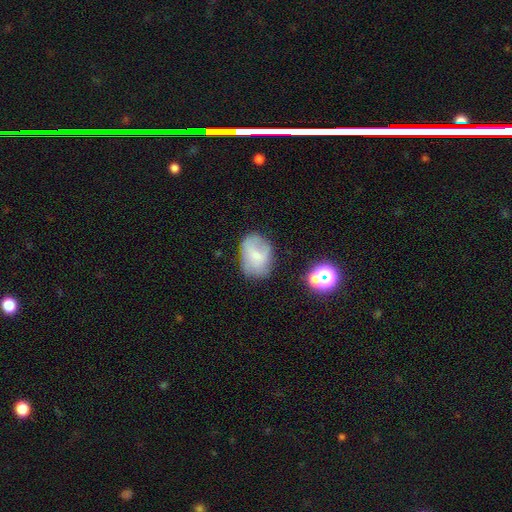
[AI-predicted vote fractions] smooth 61%, featured or disk 28%, star or artifact 12%. Down the decision tree: how rounded — in between (72%); merging — none (55%).